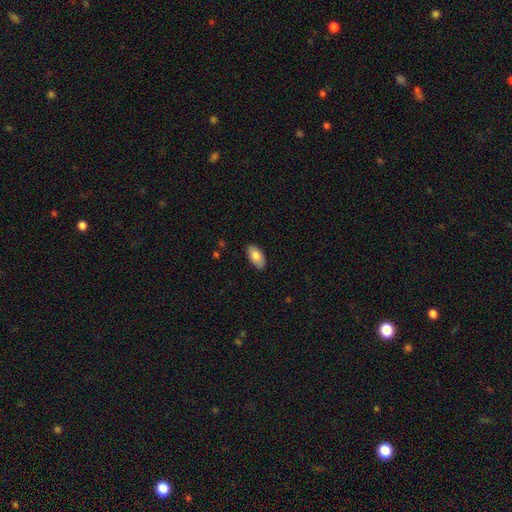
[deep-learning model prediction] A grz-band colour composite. It shows a smooth galaxy with no disk features (81%) that is in between round and cigar-shaped (94%). Merging: none (88%).